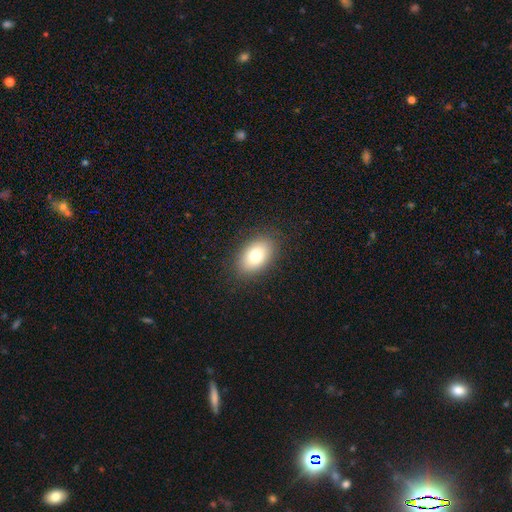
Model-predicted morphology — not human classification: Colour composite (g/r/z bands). It shows a smooth galaxy with no disk features (79%) that is in between round and cigar-shaped (88%). Merging: none (86%).